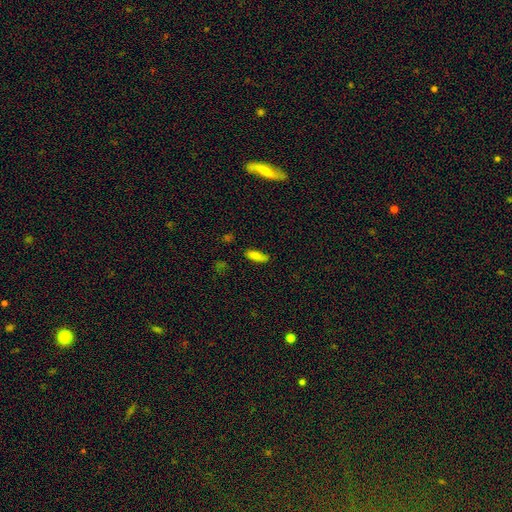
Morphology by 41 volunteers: smooth-or-featured: smooth: 90% | star or artifact: 7% | featured or disk: 2%
  how-rounded: in between: 68% | cigar-shaped: 32% | round: 0%
  merging: none: 76% | minor disturbance: 24% | major disturbance: 0% | merger: 0%